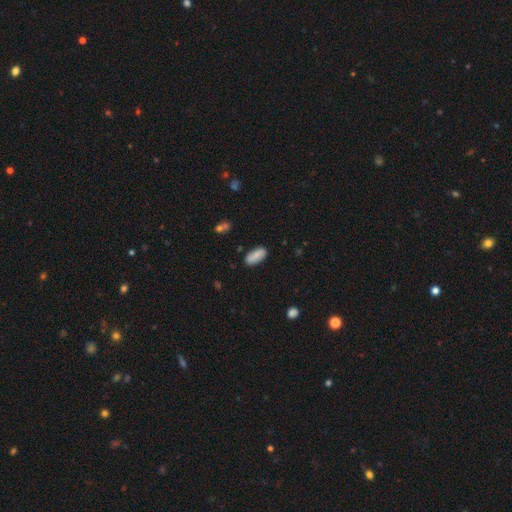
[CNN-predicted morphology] The model was most divided on "smooth or featured": smooth: 82%, featured or disk: 11%, star or artifact: 7%. More confident: how rounded — in between (87%); merging — none (83%).